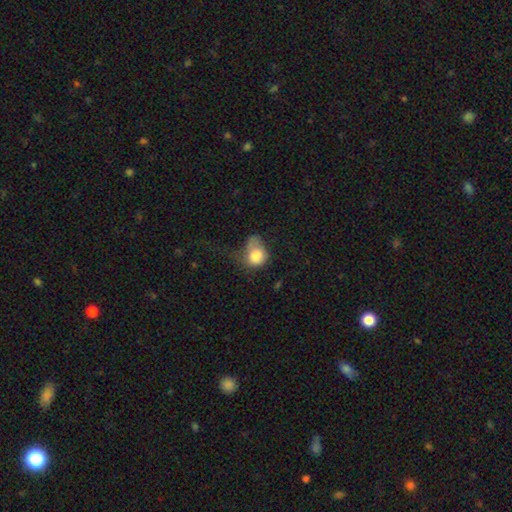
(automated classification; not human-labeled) Smooth or featured?
  - smooth: 76% *
  - featured or disk: 14%
  - star or artifact: 9%
How rounded?
  - in between: 53% *
  - round: 46%
  - cigar-shaped: 1%
Merging?
  - major disturbance: 44% *
  - minor disturbance: 28%
  - none: 20%
  - merger: 9%